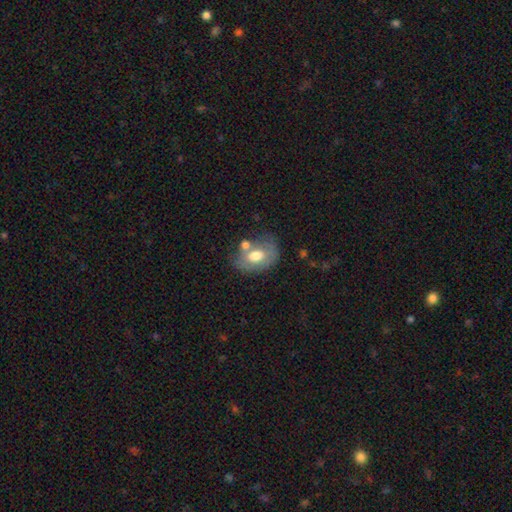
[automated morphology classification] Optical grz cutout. It shows a smooth galaxy with no disk features (61%) that is in between round and cigar-shaped (80%). Merging: none (47%).